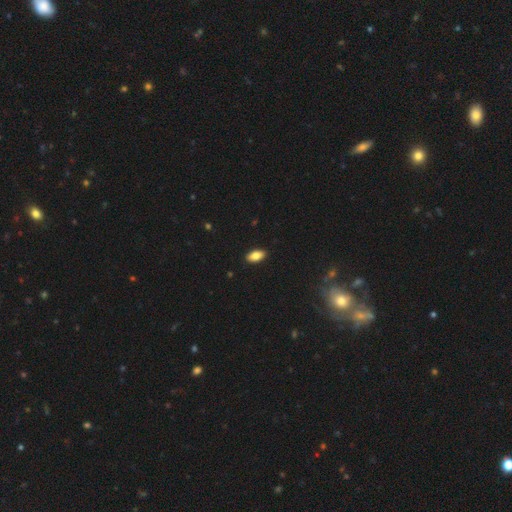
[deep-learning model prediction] Q: Smooth or featured?
A: smooth (81%); runner-up: featured or disk (11%)
Q: How rounded?
A: in between (92%); runner-up: cigar-shaped (5%)
Q: Merging?
A: none (90%); runner-up: minor disturbance (8%)